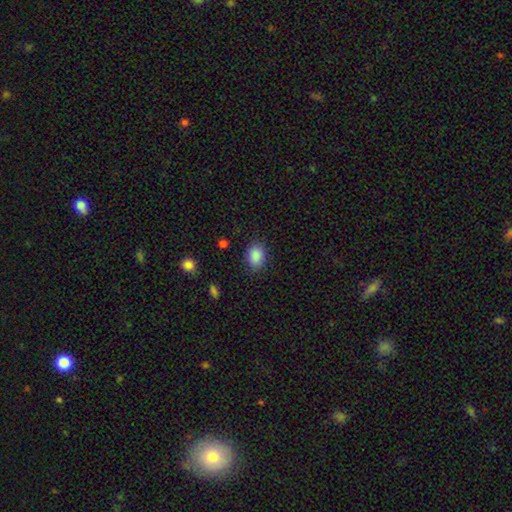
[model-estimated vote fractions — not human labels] Morphology: type=smooth (88%); roundness=in between (72%); merging=none (85%).